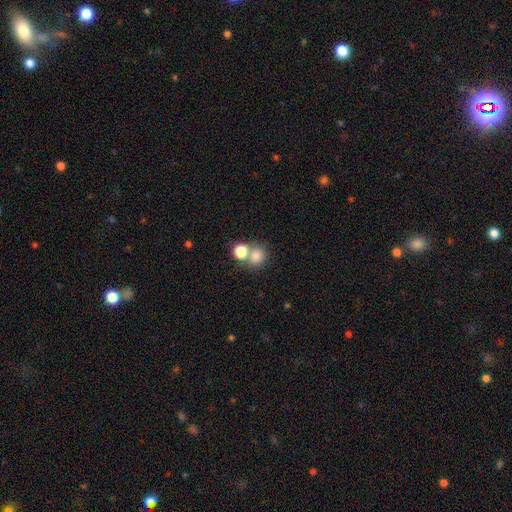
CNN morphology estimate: smooth-or-featured: smooth: 78% | star or artifact: 14% | featured or disk: 8%
  how-rounded: round: 82% | in between: 18% | cigar-shaped: 1%
  merging: none: 51% | merger: 37% | minor disturbance: 7% | major disturbance: 4%